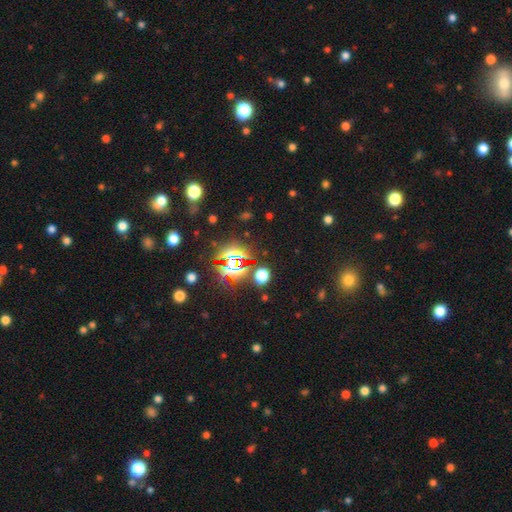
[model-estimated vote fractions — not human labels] smooth-or-featured: star or artifact: 78% | smooth: 15% | featured or disk: 7%